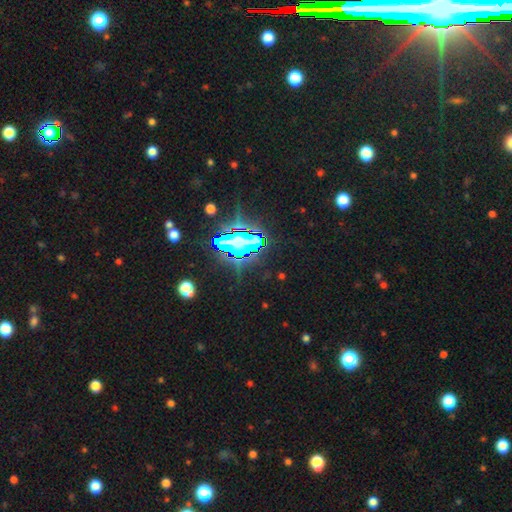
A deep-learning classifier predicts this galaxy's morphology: This is clearly a star or artifact rather than a galaxy (80%).